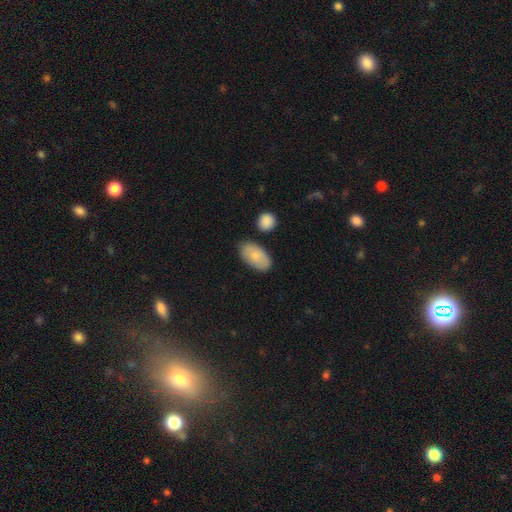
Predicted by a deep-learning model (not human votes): Q: Smooth or featured?
A: smooth (77%); runner-up: featured or disk (17%)
Q: How rounded?
A: in between (94%); runner-up: round (4%)
Q: Merging?
A: none (77%); runner-up: minor disturbance (15%)